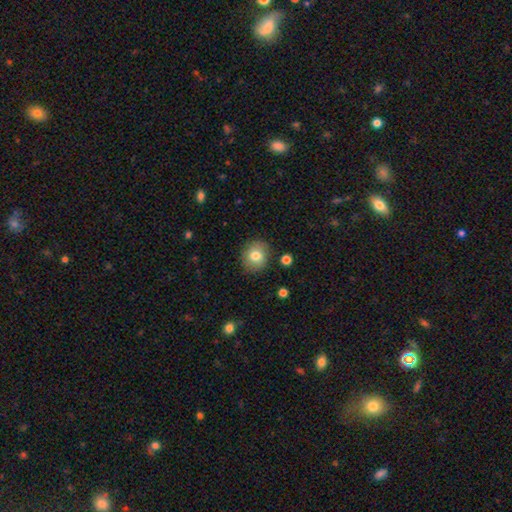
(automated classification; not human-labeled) This is likely a smooth galaxy (78%). How rounded: likely round (77%). Merging: clearly none (86%).